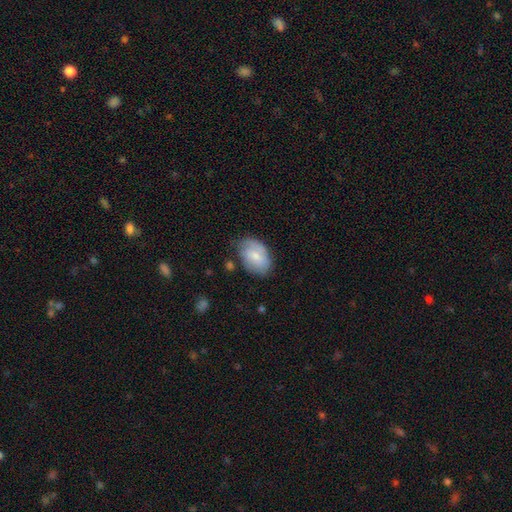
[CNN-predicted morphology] Smooth or featured? smooth (71%)
How rounded? in between (88%)
Merging? none (67%)